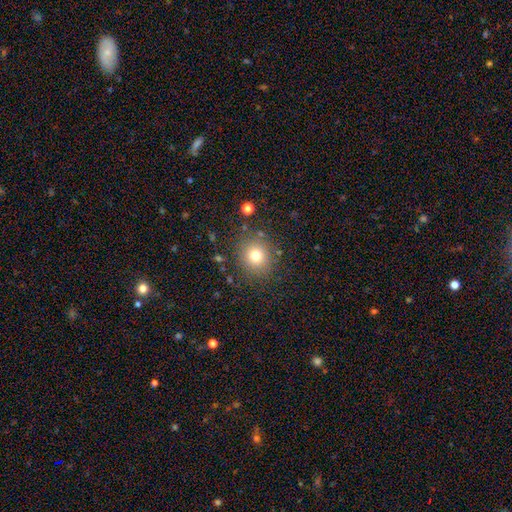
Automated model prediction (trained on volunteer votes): Smooth or featured? Predicted: smooth (p=0.75). How rounded? Predicted: round (p=0.87). Merging? Predicted: none (p=0.85).